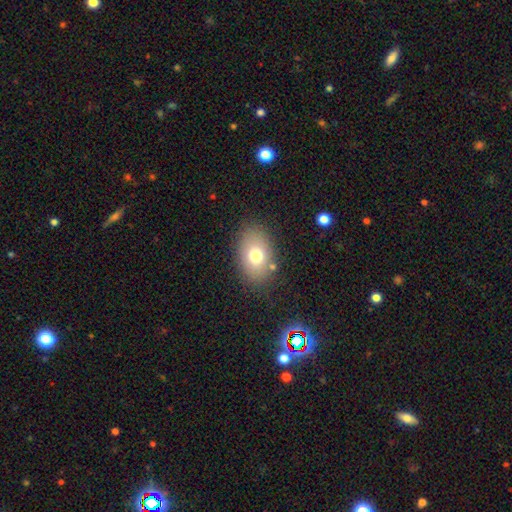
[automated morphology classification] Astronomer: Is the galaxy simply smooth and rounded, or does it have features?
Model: smooth — 73%.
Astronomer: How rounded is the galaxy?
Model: in between — 79%.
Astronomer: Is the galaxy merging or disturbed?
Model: none — 82%.